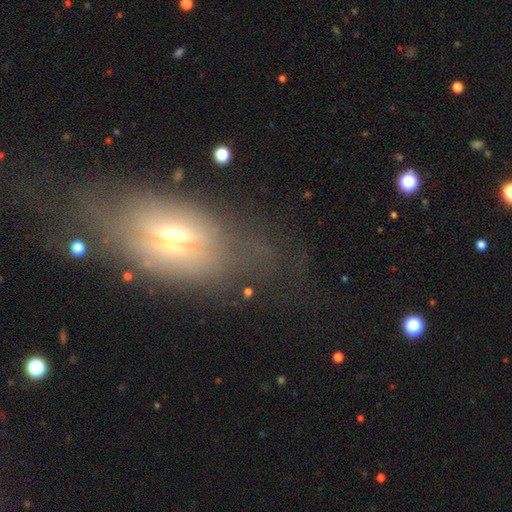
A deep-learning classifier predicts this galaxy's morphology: type=featured or disk (42%); merging=none (59%).